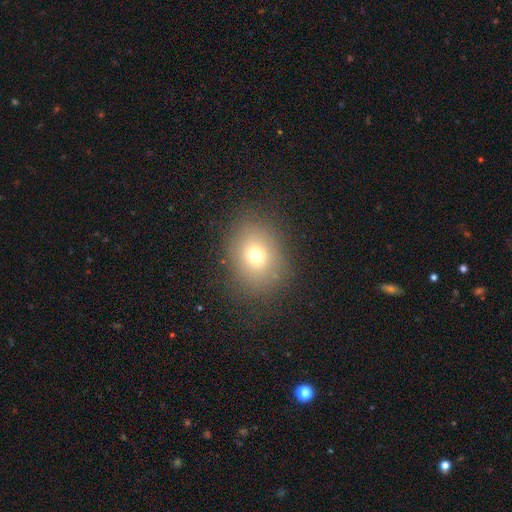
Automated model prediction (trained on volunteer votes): Smooth or featured?
  - smooth: 70% *
  - star or artifact: 17%
  - featured or disk: 13%
How rounded?
  - round: 57% *
  - in between: 42%
  - cigar-shaped: 1%
Merging?
  - none: 82% *
  - minor disturbance: 11%
  - major disturbance: 6%
  - merger: 1%